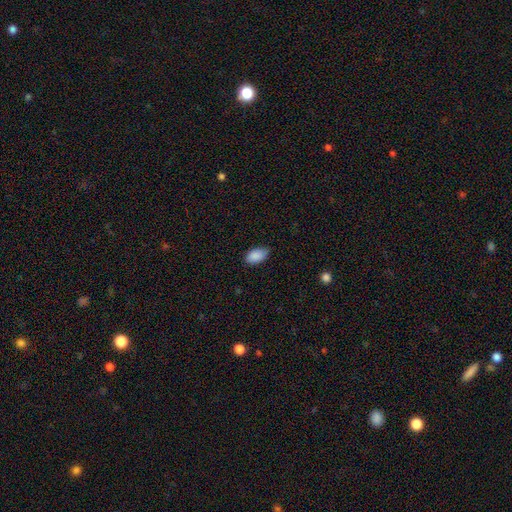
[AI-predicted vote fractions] Smooth or featured? smooth (89%)
How rounded? in between (94%)
Merging? none (77%)